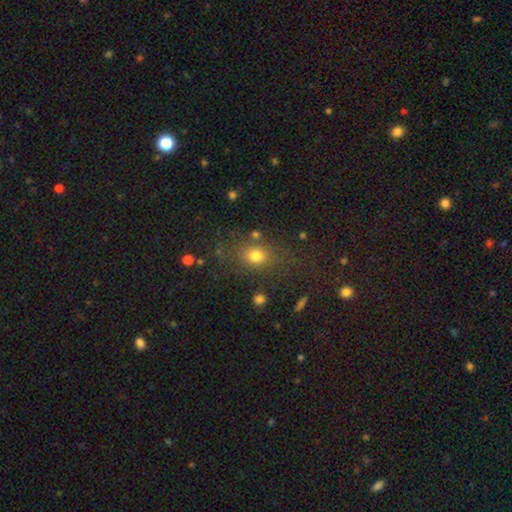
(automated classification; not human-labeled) A smooth galaxy with no disk features (74%) that is round (50%).

Vote fractions:
- Smooth or featured? smooth: 74% / star or artifact: 16% / featured or disk: 11%
- How rounded? round: 50% / in between: 48% / cigar-shaped: 2%
- Merging? none: 74% / minor disturbance: 13% / major disturbance: 8% / merger: 5%